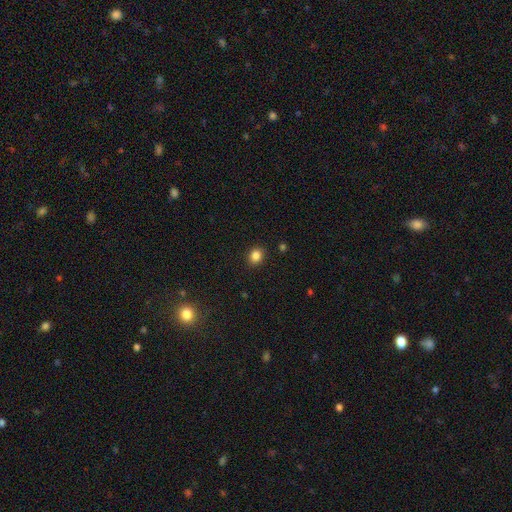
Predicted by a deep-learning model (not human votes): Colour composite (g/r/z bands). It shows a smooth galaxy with no disk features (84%) that is round (65%). Merging: none (90%).